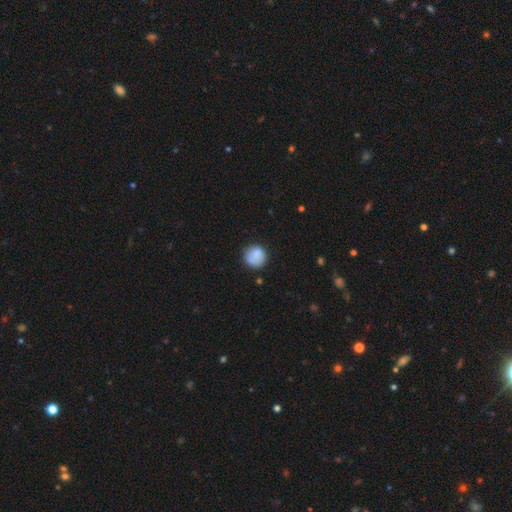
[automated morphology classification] smooth_or_featured: smooth (p=0.83) [alt: featured or disk p=0.09]
how_rounded: round (p=0.92) [alt: in between p=0.07]
merging: none (p=0.77) [alt: minor disturbance p=0.16]